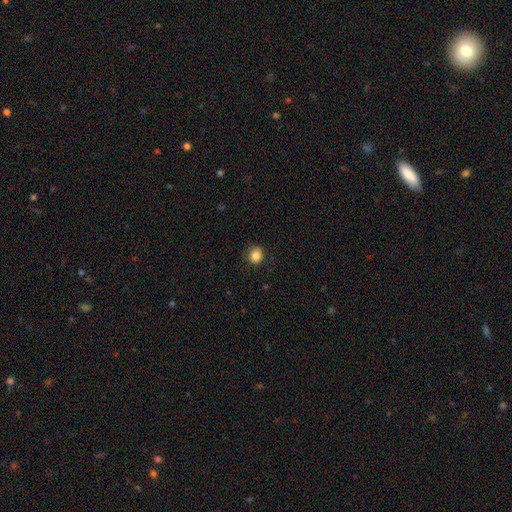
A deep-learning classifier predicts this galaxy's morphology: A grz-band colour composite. It shows a smooth galaxy with no disk features (85%) that is round (85%). Merging: none (88%).